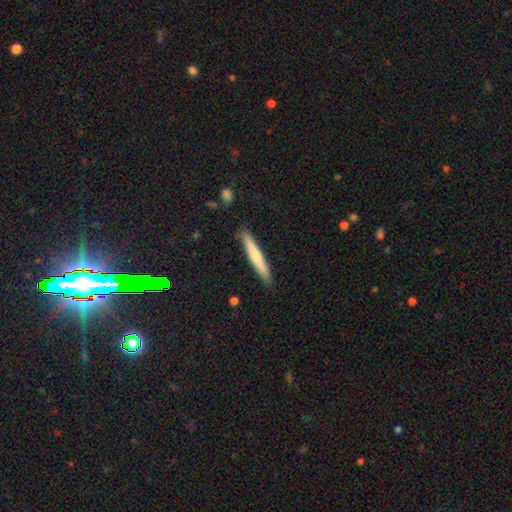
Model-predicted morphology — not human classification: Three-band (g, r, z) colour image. It shows a smooth galaxy with no disk features (63%) that is cigar-shaped (95%). Merging: none (89%).